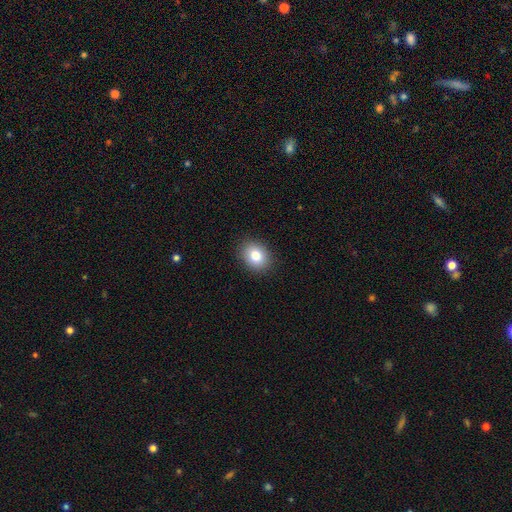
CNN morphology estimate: This appears to be a smooth galaxy with no disk features (84%) that is in between round and cigar-shaped (56%). Merging: none (89%).